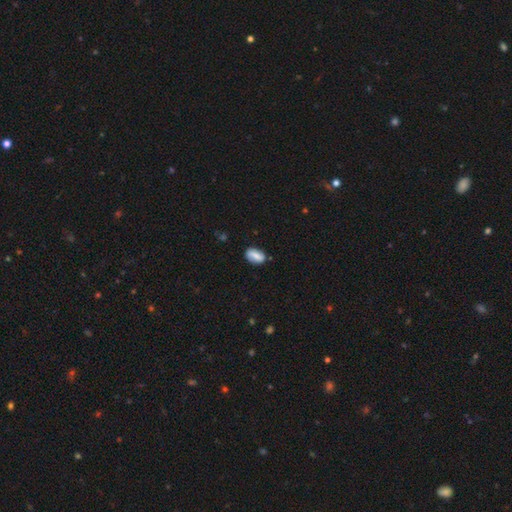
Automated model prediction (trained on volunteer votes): Overall: smooth (67%). How rounded: in between (88%). Merging: none (80%).